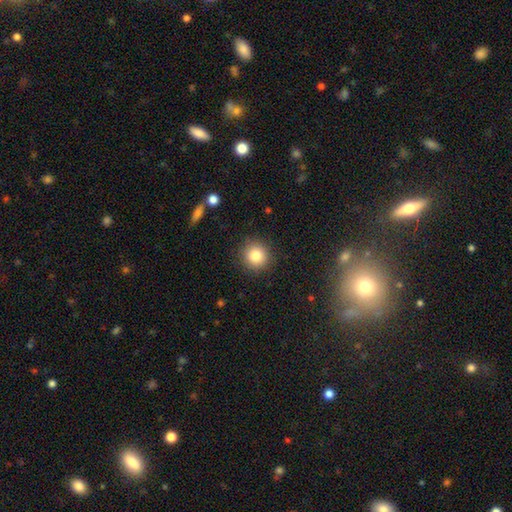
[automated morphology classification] Smooth or featured? smooth (83%)
How rounded? round (93%)
Merging? none (90%)